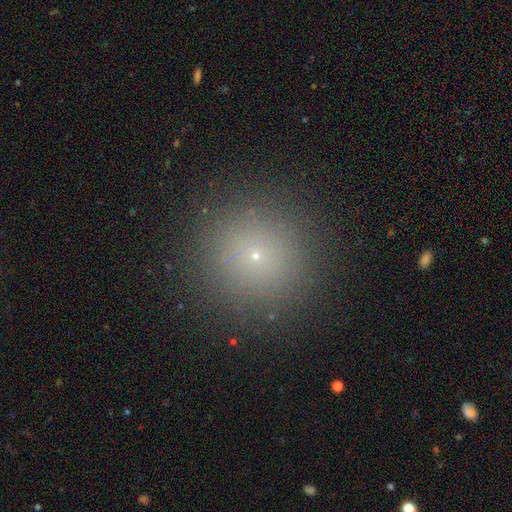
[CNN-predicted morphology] Overall: smooth (69%). How rounded: round (95%). Merging: none (91%).